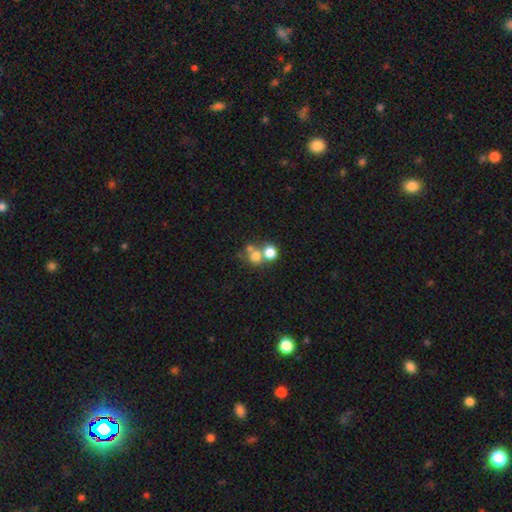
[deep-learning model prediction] smooth_or_featured: smooth (p=0.70) [alt: featured or disk p=0.15]
how_rounded: round (p=0.84) [alt: in between p=0.15]
merging: merger (p=0.49) [alt: none p=0.41]